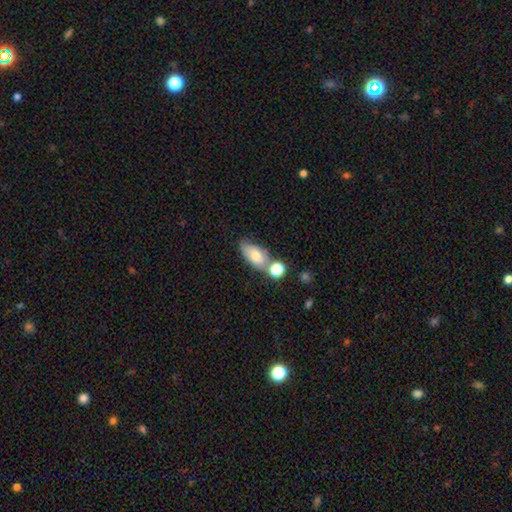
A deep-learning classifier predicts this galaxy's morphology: Smooth or featured: smooth — 72% (featured or disk — 19%)
How rounded: in between — 84% (cigar-shaped — 9%)
Merging: none — 49% (merger — 28%)